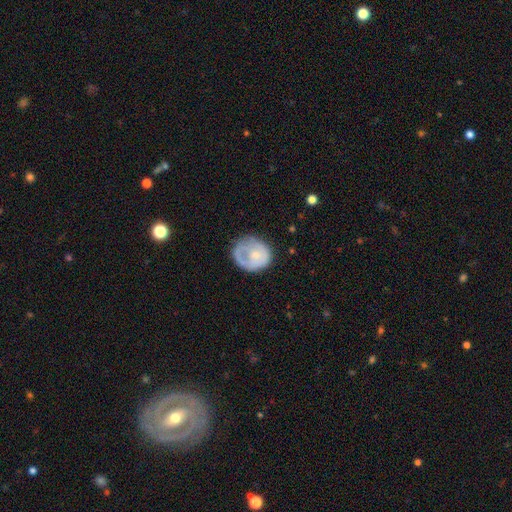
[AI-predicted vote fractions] Morphology: type=smooth (52%); roundness=round (75%); merging=none (51%).